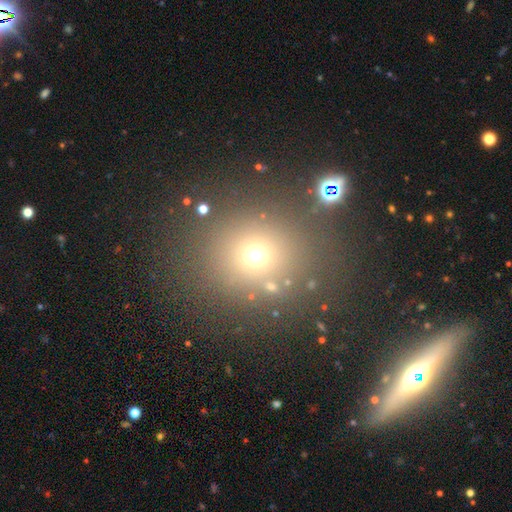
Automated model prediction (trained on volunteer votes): smooth-or-featured: smooth: 63% | star or artifact: 27% | featured or disk: 9%
  how-rounded: round: 82% | in between: 17% | cigar-shaped: 1%
  merging: none: 81% | minor disturbance: 9% | merger: 5% | major disturbance: 5%